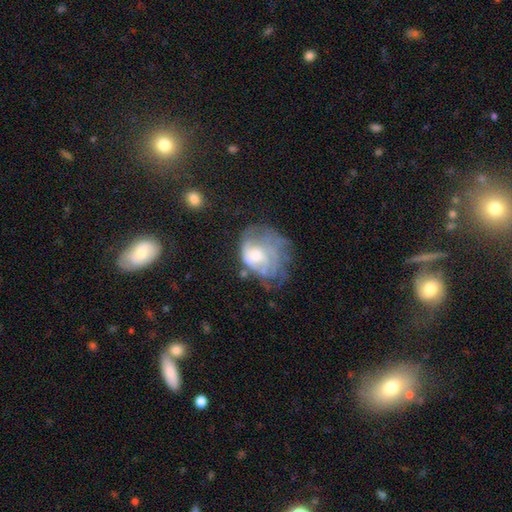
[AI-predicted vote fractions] featured or disk 65%, smooth 26%, star or artifact 9%. Down the decision tree: edge-on disk — no (97%); bar — no (75%); spiral arms — yes (64%); bulge size — moderate (51%); merging — major disturbance (38%).